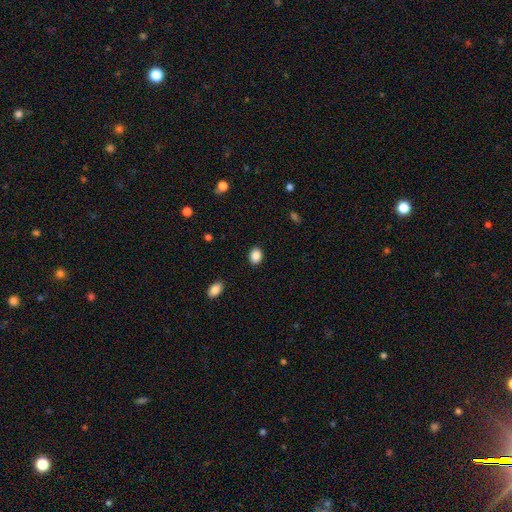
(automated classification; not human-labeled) smooth-or-featured: smooth: 89% | star or artifact: 8% | featured or disk: 3%
  how-rounded: in between: 60% | round: 39% | cigar-shaped: 1%
  merging: none: 89% | minor disturbance: 8% | major disturbance: 2% | merger: 1%